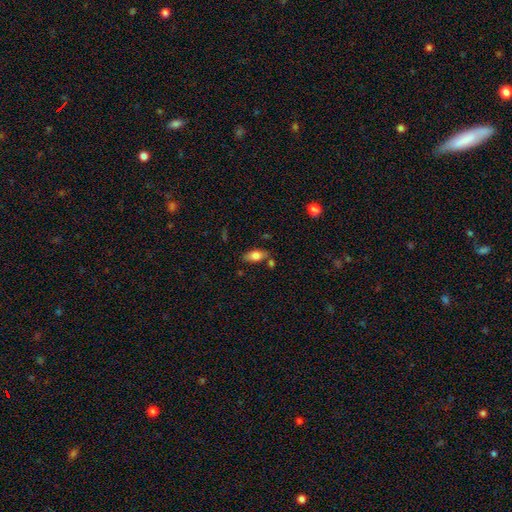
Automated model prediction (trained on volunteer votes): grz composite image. It shows a smooth galaxy with no disk features (75%) that is in between round and cigar-shaped (86%). Merging: none (73%).